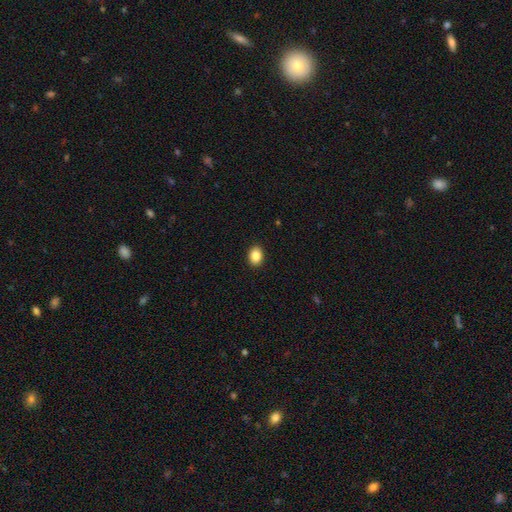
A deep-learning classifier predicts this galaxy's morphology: Smooth or featured: smooth — 87% (star or artifact — 9%)
How rounded: in between — 66% (round — 33%)
Merging: none — 91% (minor disturbance — 6%)